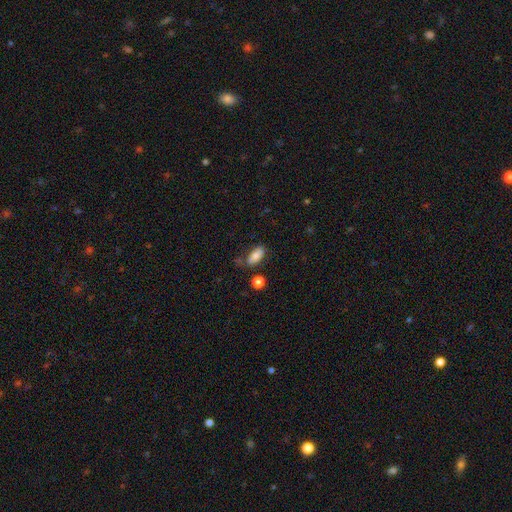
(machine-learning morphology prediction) type=smooth (79%); roundness=in between (86%); merging=none (67%).